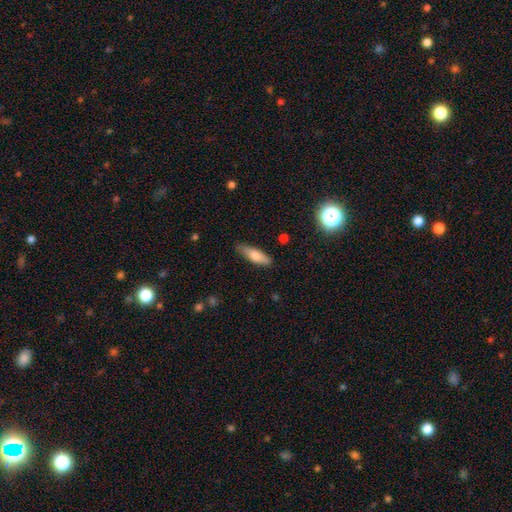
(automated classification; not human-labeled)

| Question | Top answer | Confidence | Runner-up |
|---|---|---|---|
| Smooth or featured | smooth | 73% | featured or disk (20%) |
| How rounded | cigar-shaped | 54% | in between (44%) |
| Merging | none | 81% | minor disturbance (15%) |